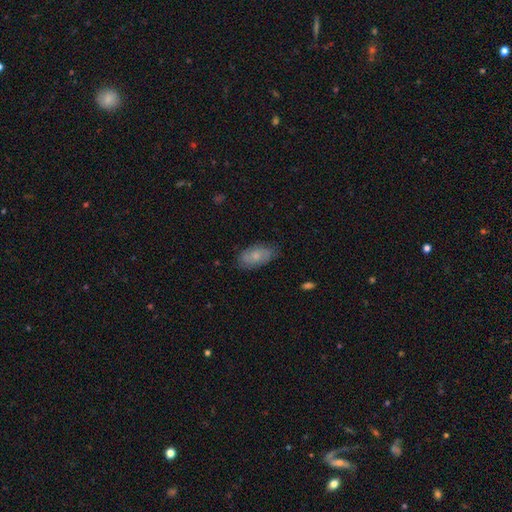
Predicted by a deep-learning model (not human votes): A smooth galaxy with no disk features (64%) that is in between round and cigar-shaped (92%). Merging: none (79%).